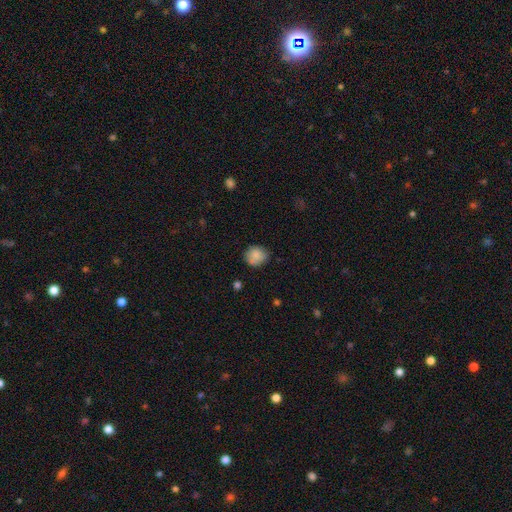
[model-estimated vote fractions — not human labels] A smooth galaxy with no disk features (84%) that is round (82%).

Vote fractions:
- Smooth or featured? smooth: 84% / star or artifact: 8% / featured or disk: 7%
- How rounded? round: 82% / in between: 17% / cigar-shaped: 1%
- Merging? none: 75% / minor disturbance: 17% / major disturbance: 4% / merger: 4%